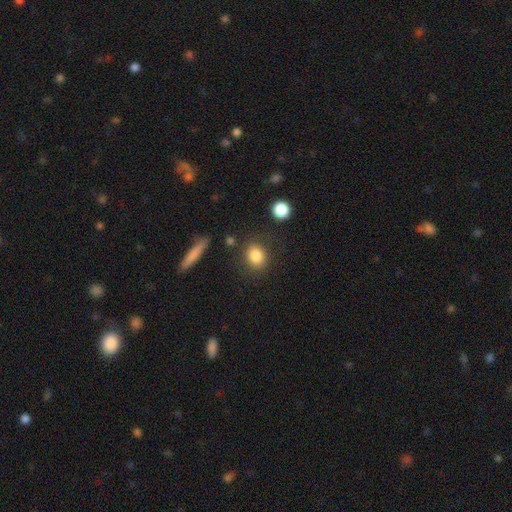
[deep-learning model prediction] smooth 84%, star or artifact 9%, featured or disk 7%. Down the decision tree: how rounded — round (57%); merging — none (79%).